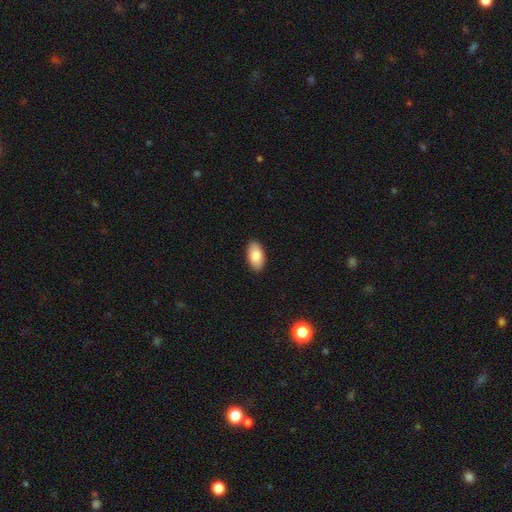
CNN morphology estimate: Smooth or featured?
  - smooth: 86% *
  - featured or disk: 7%
  - star or artifact: 6%
How rounded?
  - in between: 95% *
  - round: 3%
  - cigar-shaped: 2%
Merging?
  - none: 90% *
  - minor disturbance: 7%
  - major disturbance: 2%
  - merger: 1%